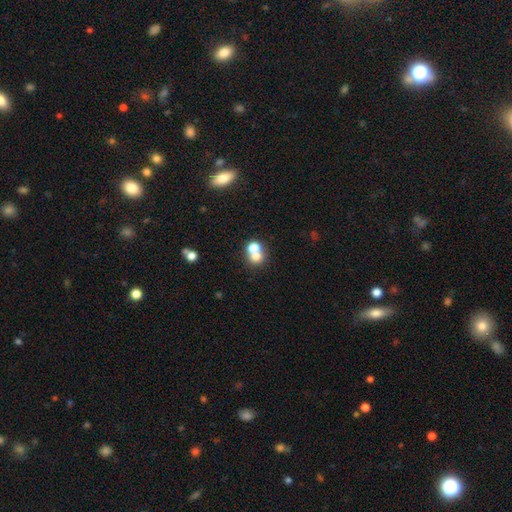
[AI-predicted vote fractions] Q: Smooth or featured?
A: smooth (69%); runner-up: featured or disk (16%)
Q: How rounded?
A: round (80%); runner-up: in between (19%)
Q: Merging?
A: merger (53%); runner-up: none (38%)